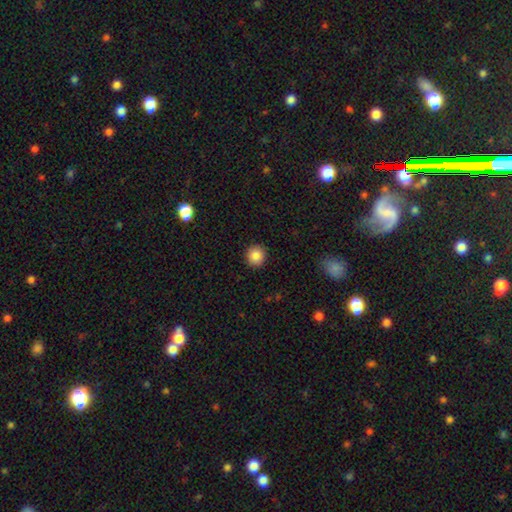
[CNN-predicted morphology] Smooth or featured? Predicted: smooth (p=0.86). How rounded? Predicted: round (p=0.92). Merging? Predicted: none (p=0.92).